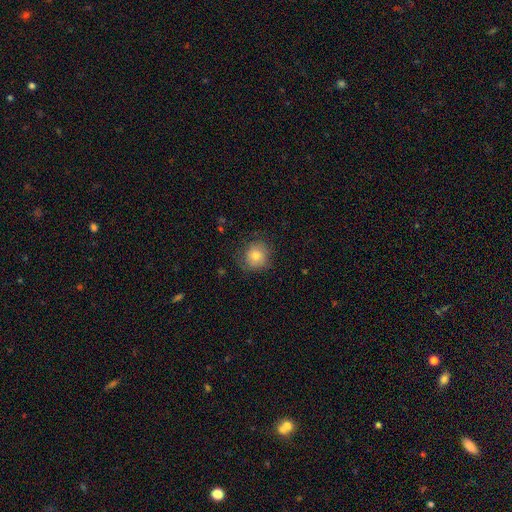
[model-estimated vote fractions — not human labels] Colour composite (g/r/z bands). It shows a smooth galaxy with no disk features (77%) that is round (87%). Merging: none (76%).